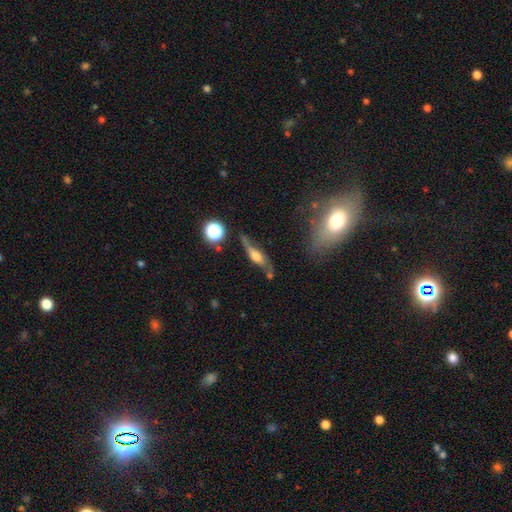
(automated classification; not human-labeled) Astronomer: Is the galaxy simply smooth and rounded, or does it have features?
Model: featured or disk — 63%.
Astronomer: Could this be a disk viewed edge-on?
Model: yes — 53% (runner-up: no, 47%).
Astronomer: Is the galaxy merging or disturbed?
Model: none — 55%.